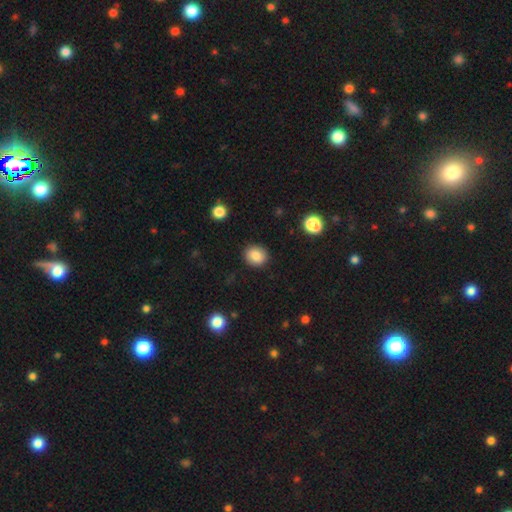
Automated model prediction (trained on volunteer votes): Overall: smooth (86%). How rounded: round (70%). Merging: none (90%).